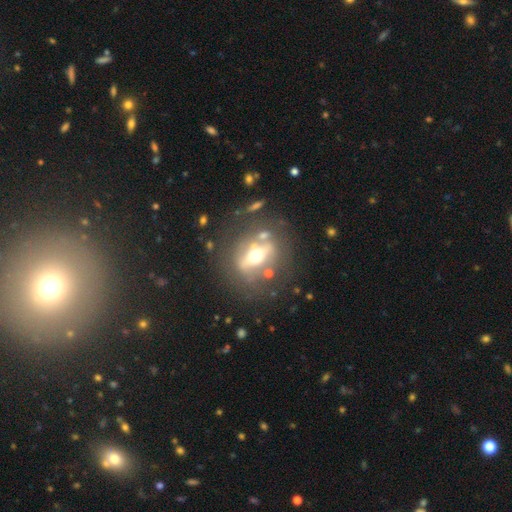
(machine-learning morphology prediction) smooth-or-featured: featured or disk: 70% | smooth: 21% | star or artifact: 9%
  disk-edge-on: no: 65% | yes: 35%
  merging: none: 68% | minor disturbance: 14% | major disturbance: 11% | merger: 6%